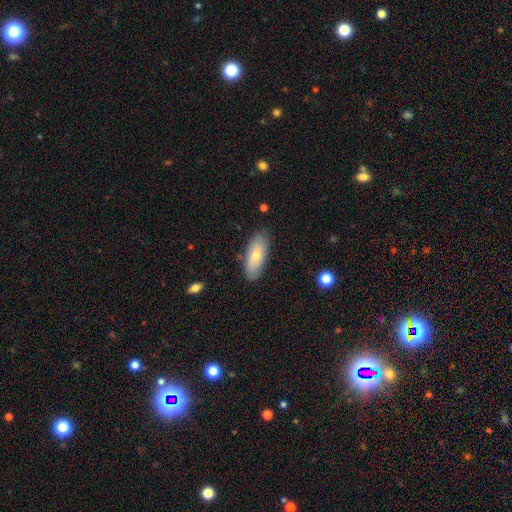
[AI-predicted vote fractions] smooth_or_featured: smooth (p=0.65) [alt: featured or disk p=0.29]
how_rounded: in between (p=0.81) [alt: cigar-shaped p=0.17]
merging: none (p=0.81) [alt: minor disturbance p=0.15]